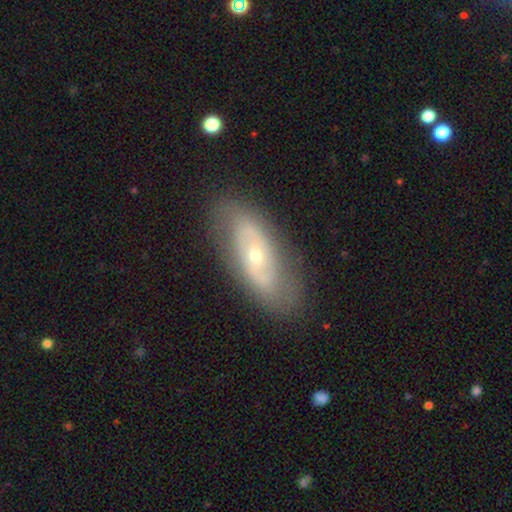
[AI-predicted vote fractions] Smooth or featured? Predicted: featured or disk (p=0.67). Edge-on disk? Predicted: no (p=0.88). Bar? Predicted: no (p=0.66). Spiral arms? Predicted: yes (p=0.62). Bulge size? Predicted: small (p=0.59). Merging? Predicted: none (p=0.81).